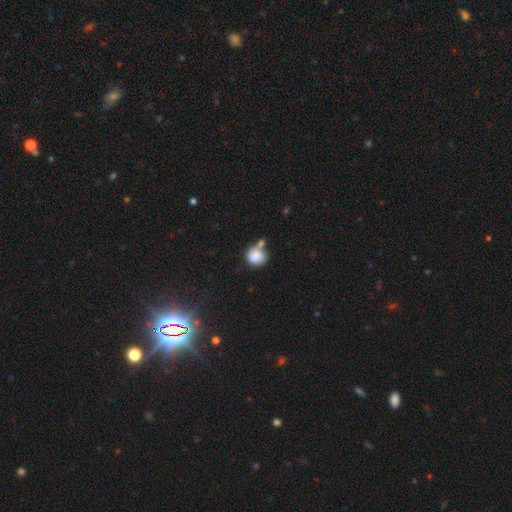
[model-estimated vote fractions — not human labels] smooth_or_featured: smooth (p=0.84) [alt: star or artifact p=0.09]
how_rounded: round (p=0.80) [alt: in between p=0.19]
merging: none (p=0.44) [alt: merger p=0.35]